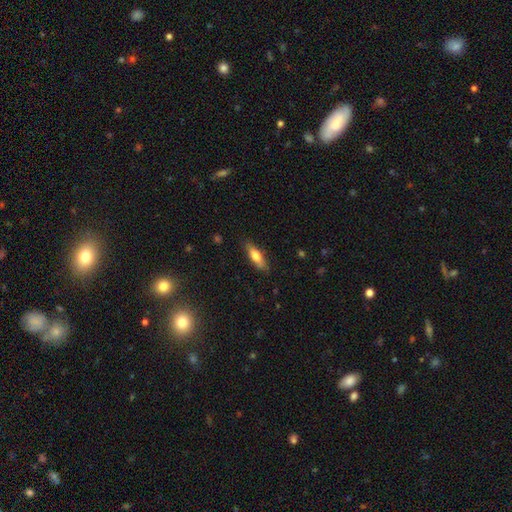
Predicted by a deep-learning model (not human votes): smooth-or-featured: smooth: 69% | featured or disk: 25% | star or artifact: 6%
  how-rounded: in between: 50% | cigar-shaped: 48% | round: 2%
  merging: none: 80% | minor disturbance: 15% | major disturbance: 3% | merger: 1%